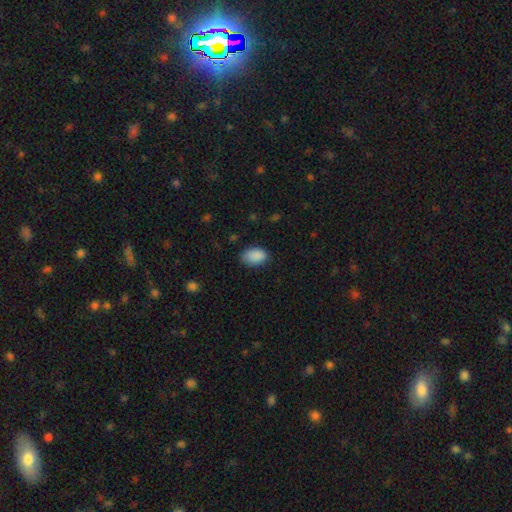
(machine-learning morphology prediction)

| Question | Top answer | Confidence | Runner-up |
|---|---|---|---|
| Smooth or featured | smooth | 89% | star or artifact (8%) |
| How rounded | in between | 88% | round (11%) |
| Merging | none | 76% | minor disturbance (19%) |